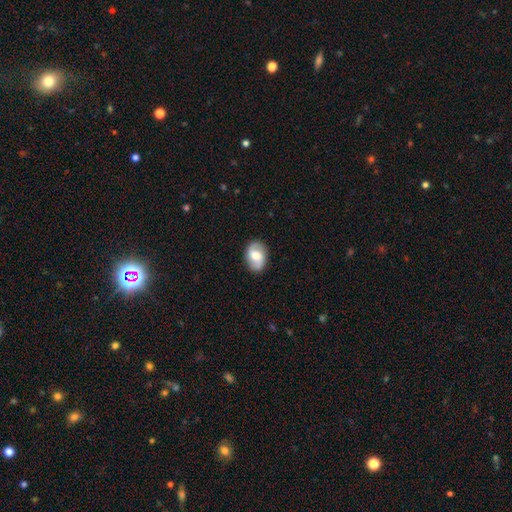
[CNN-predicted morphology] featured or disk 52%, smooth 41%, star or artifact 7%. Down the decision tree: edge-on disk — no (96%); merging — none (84%).